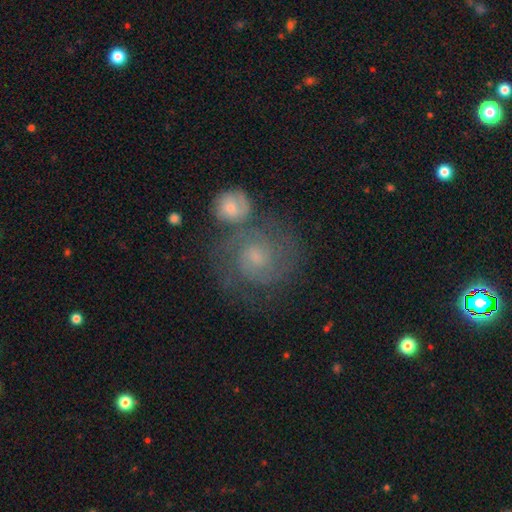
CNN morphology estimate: type=featured or disk (69%); edge-on=no (97%); bar=no (63%); spiral arms=yes (90%); winding=tight (56%); arm count=2 (49%); bulge=small (48%); merging=none (55%).